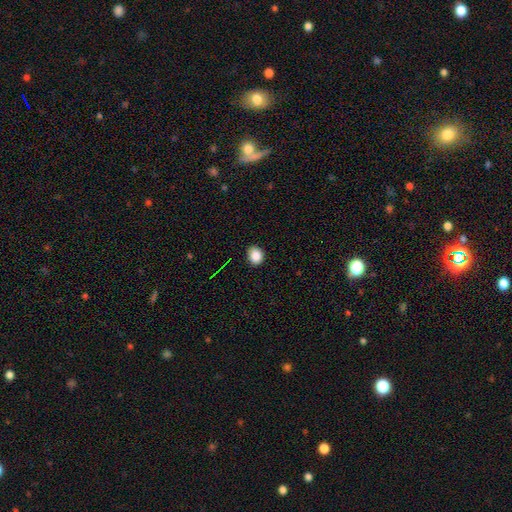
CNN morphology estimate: Smooth or featured? Predicted: smooth (p=0.87). How rounded? Predicted: round (p=0.61). Merging? Predicted: none (p=0.89).